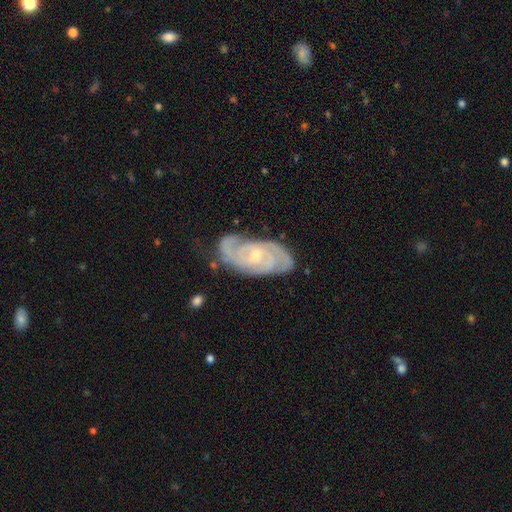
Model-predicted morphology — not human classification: Smooth or featured? featured or disk (87%)
Edge-on disk? no (96%)
Bar? no (50%)
Spiral arms? yes (98%)
Spiral winding? tight (67%)
Spiral arm count? 2 (44%)
Bulge size? small (64%)
Merging? none (74%)